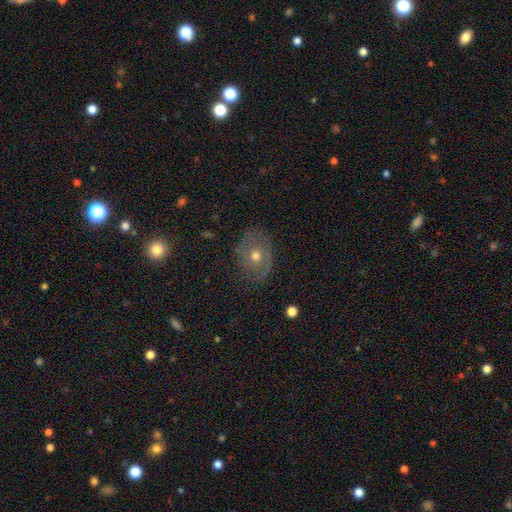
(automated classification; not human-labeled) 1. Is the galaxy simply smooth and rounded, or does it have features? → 55% featured or disk, 32% smooth, 13% star or artifact.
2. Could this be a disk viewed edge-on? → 94% no, 6% yes.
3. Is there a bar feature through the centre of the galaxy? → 84% no, 13% weak, 3% strong.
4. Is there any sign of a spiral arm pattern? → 60% yes, 40% no.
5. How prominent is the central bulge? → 68% moderate, 27% small, 3% large, 1% none, 1% dominant.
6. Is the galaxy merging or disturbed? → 76% none, 16% minor disturbance, 7% major disturbance, 1% merger.